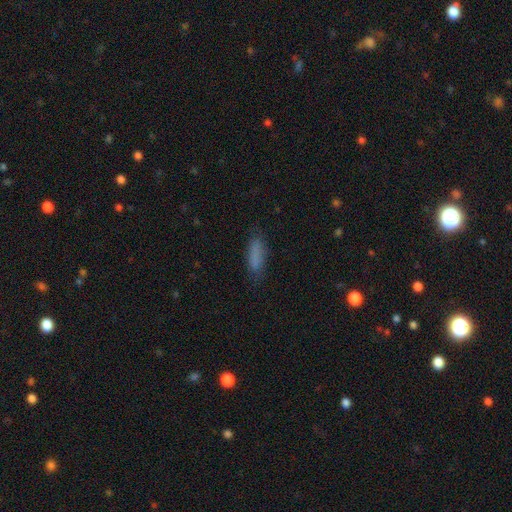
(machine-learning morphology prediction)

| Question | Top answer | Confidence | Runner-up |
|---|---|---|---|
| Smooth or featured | smooth | 82% | star or artifact (9%) |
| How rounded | cigar-shaped | 55% | in between (44%) |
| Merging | none | 77% | minor disturbance (16%) |